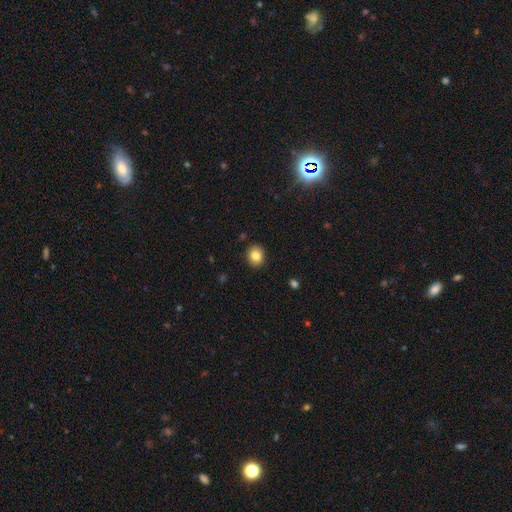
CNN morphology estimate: Smooth or featured?
  - smooth: 84% *
  - star or artifact: 9%
  - featured or disk: 7%
How rounded?
  - round: 67% *
  - in between: 32%
  - cigar-shaped: 1%
Merging?
  - none: 90% *
  - minor disturbance: 7%
  - major disturbance: 2%
  - merger: 1%